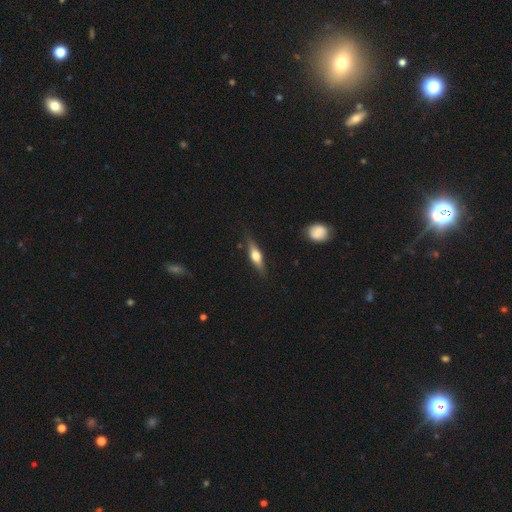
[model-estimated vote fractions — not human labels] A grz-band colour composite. It shows a smooth galaxy with no disk features (51%) that is cigar-shaped (60%). Merging: none (83%).